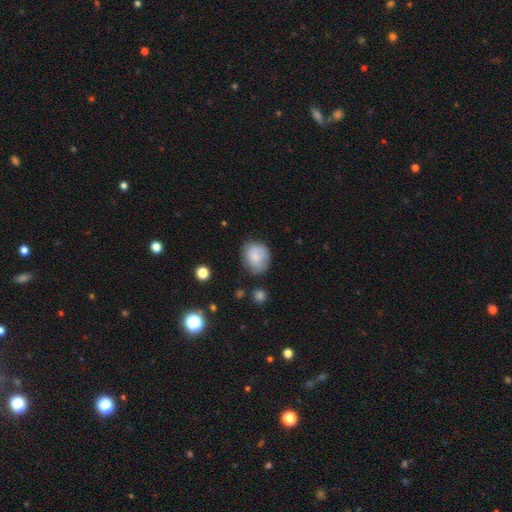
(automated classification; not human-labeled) A smooth galaxy with no disk features (75%) that is round (60%). Merging: none (69%).